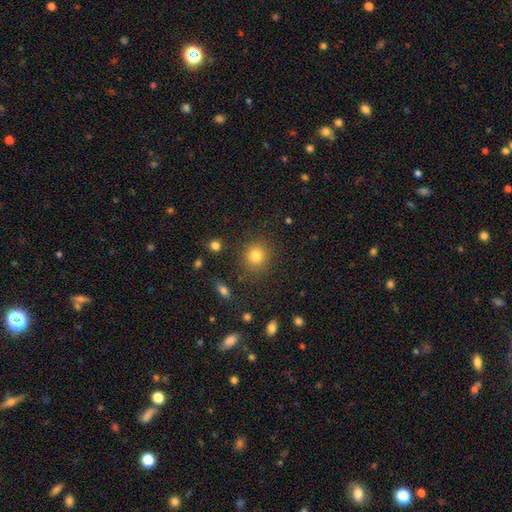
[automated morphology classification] type=smooth (81%); roundness=round (88%); merging=none (88%).